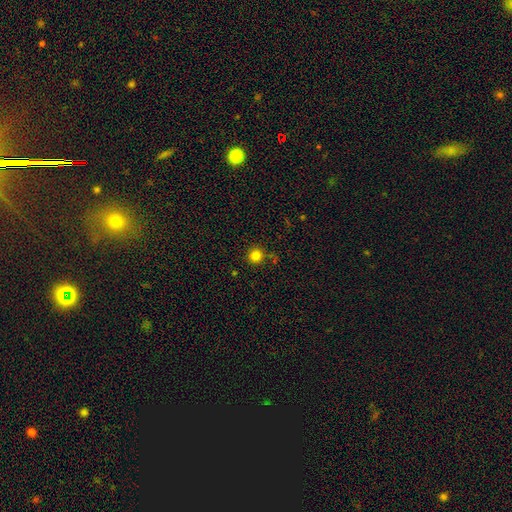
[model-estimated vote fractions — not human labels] Smooth or featured: smooth — 82% (star or artifact — 13%)
How rounded: round — 94% (in between — 5%)
Merging: none — 85% (minor disturbance — 8%)